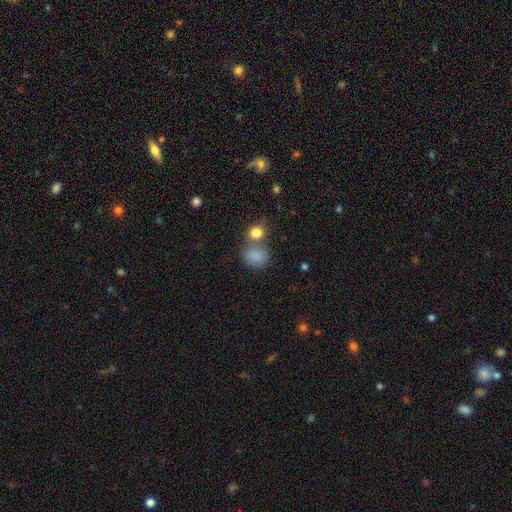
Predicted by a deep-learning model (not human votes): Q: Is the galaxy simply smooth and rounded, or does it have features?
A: smooth — 82%.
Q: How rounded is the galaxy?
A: round — 72%.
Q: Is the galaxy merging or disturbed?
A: none — 48%.